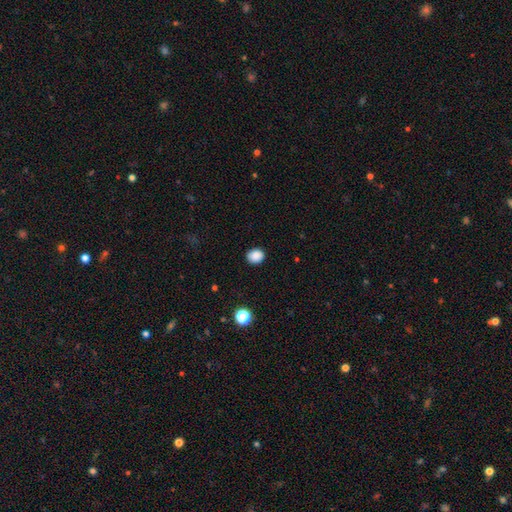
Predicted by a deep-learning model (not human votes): Smooth or featured: smooth — 87% (star or artifact — 10%)
How rounded: round — 64% (in between — 35%)
Merging: none — 87% (minor disturbance — 9%)